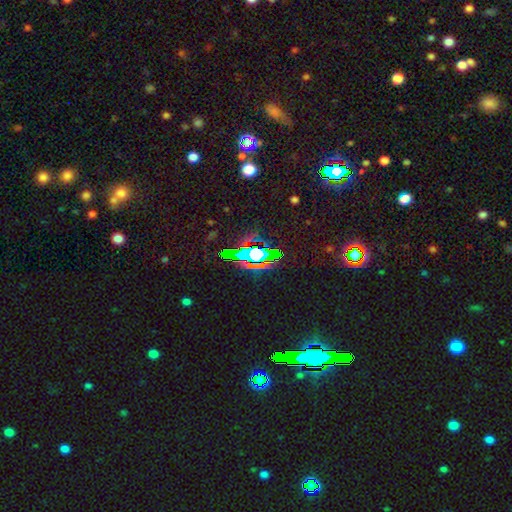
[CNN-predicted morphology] A star or artifact, not a galaxy (68%).

Vote fractions:
- Smooth or featured? star or artifact: 68% / smooth: 18% / featured or disk: 14%